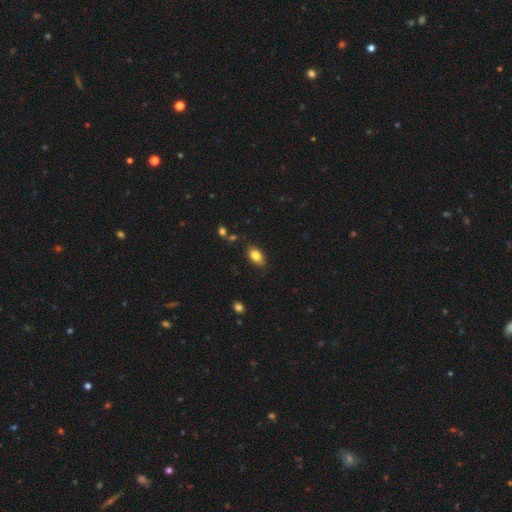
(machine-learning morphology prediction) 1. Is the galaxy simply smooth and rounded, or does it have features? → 83% smooth, 8% star or artifact, 8% featured or disk.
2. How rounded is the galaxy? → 89% in between, 8% round, 3% cigar-shaped.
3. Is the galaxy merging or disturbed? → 83% none, 13% minor disturbance, 3% major disturbance, 2% merger.